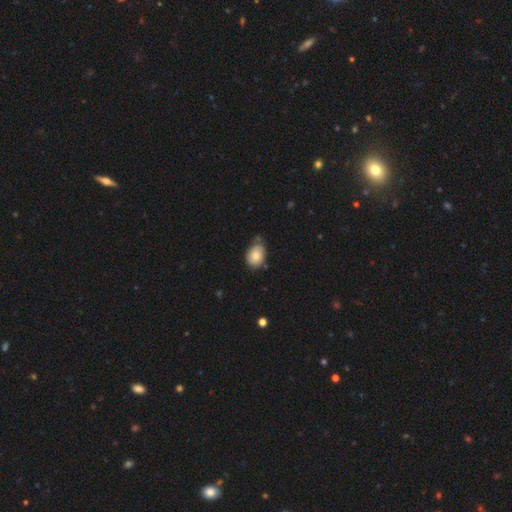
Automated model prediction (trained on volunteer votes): This is likely a smooth galaxy (75%). How rounded: likely in between (65%). Merging: possibly none (60%).